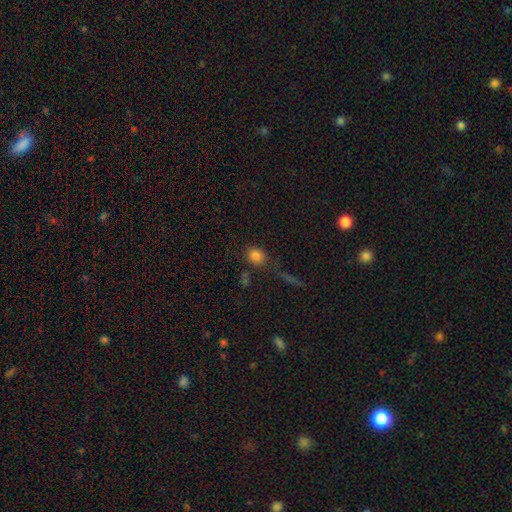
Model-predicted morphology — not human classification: Overall: smooth (79%). How rounded: round (62%; in between 36%). Merging: none (70%).